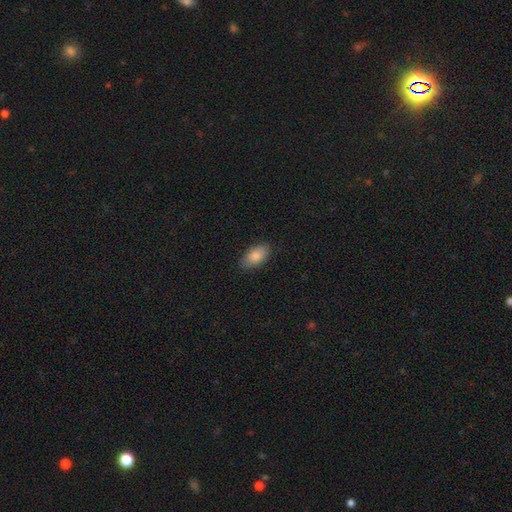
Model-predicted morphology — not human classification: A smooth galaxy with no disk features (86%) that is in between round and cigar-shaped (93%).

Vote fractions:
- Smooth or featured? smooth: 86% / featured or disk: 8% / star or artifact: 7%
- How rounded? in between: 93% / round: 4% / cigar-shaped: 3%
- Merging? none: 86% / minor disturbance: 11% / major disturbance: 2% / merger: 1%